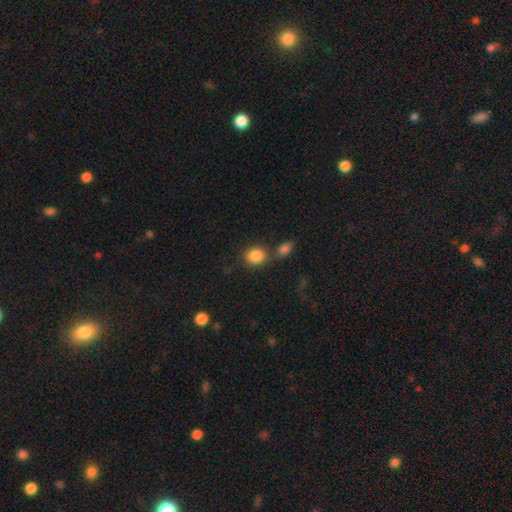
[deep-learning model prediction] smooth 86%, star or artifact 9%, featured or disk 5%. Down the decision tree: how rounded — round (61%); merging — none (60%).